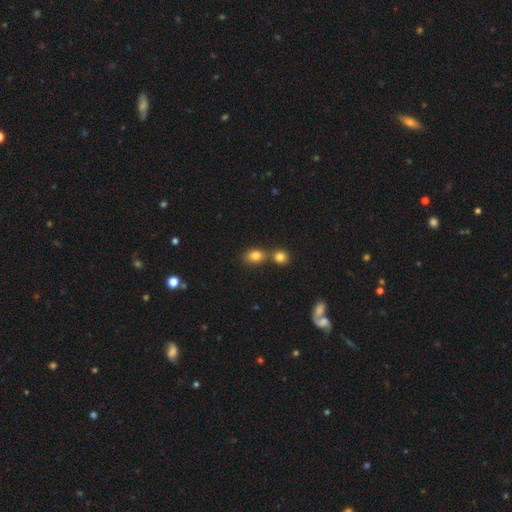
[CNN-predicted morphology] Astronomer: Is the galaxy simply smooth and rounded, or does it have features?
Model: smooth — 81%.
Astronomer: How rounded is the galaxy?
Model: in between — 64%.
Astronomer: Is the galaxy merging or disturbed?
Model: none — 51% (runner-up: merger, 37%).